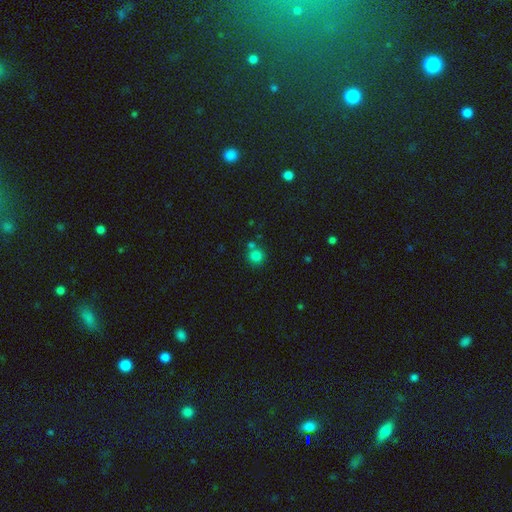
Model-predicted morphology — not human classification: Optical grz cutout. It shows a smooth galaxy with no disk features (80%) that is round (91%). Merging: none (67%).